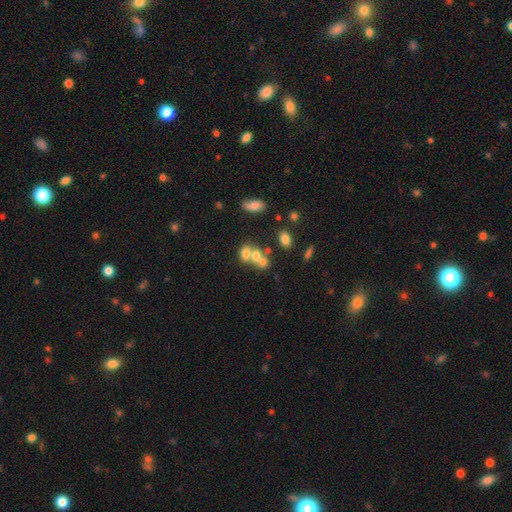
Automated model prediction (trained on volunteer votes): Q: Smooth or featured?
A: smooth (61%); runner-up: featured or disk (25%)
Q: How rounded?
A: in between (56%); runner-up: round (42%)
Q: Merging?
A: merger (62%); runner-up: none (25%)